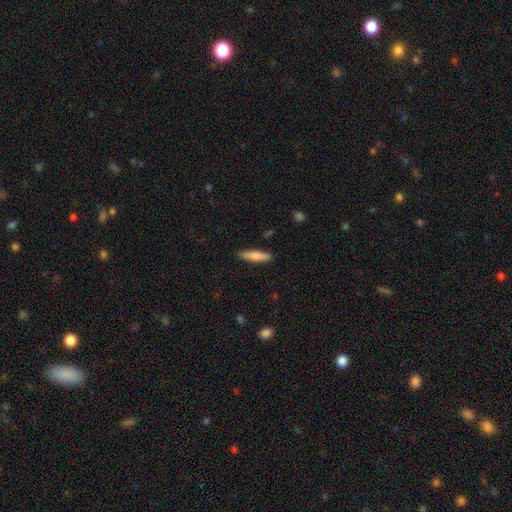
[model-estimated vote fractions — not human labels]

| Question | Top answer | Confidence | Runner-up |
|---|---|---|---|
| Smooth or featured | smooth | 79% | featured or disk (15%) |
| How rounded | cigar-shaped | 76% | in between (22%) |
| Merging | none | 87% | minor disturbance (9%) |